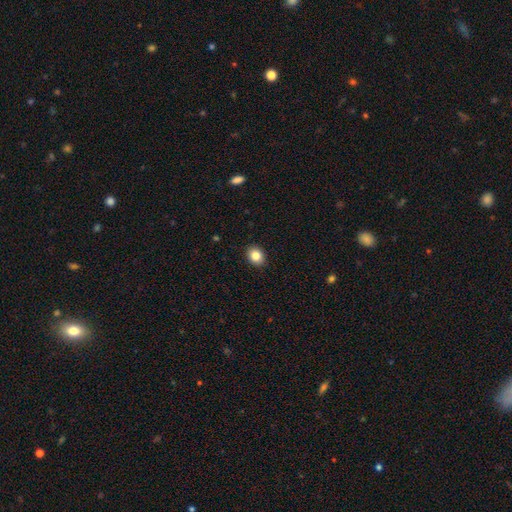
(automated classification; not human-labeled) Smooth or featured?
  - smooth: 85% *
  - star or artifact: 9%
  - featured or disk: 6%
How rounded?
  - in between: 54% *
  - round: 45%
  - cigar-shaped: 1%
Merging?
  - none: 90% *
  - minor disturbance: 7%
  - major disturbance: 2%
  - merger: 1%